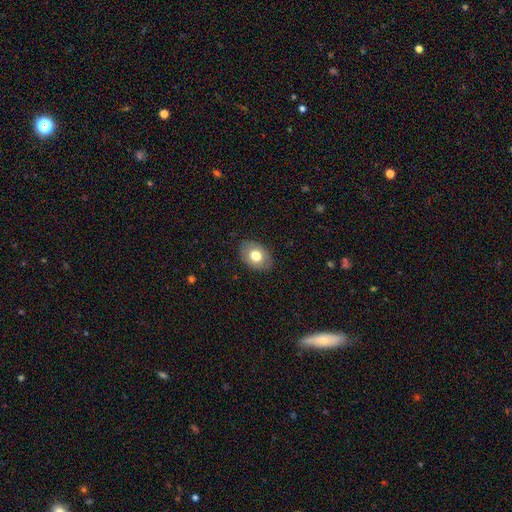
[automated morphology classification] Overall: smooth (71%). How rounded: in between (79%). Merging: none (86%).